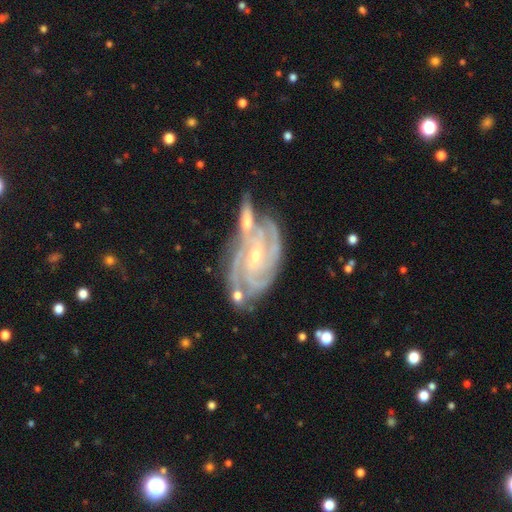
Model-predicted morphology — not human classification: smooth-or-featured: featured or disk: 92% | star or artifact: 5% | smooth: 3%
  disk-edge-on: no: 97% | yes: 3%
    bar: no: 48% | weak: 36% | strong: 17%
    has-spiral-arms: yes: 98% | no: 2%
      spiral-winding: tight: 67% | medium: 29% | loose: 4%
      spiral-arm-count: 3: 30% (tied) | 4: 30% (tied) | can't tell: 13% | 2: 13% | more than 4: 8% | 1: 6%
    bulge-size: small: 75% | moderate: 22% | none: 1% | large: 1% | dominant: 1%
  merging: none: 55% | minor disturbance: 19% | merger: 19% | major disturbance: 7%